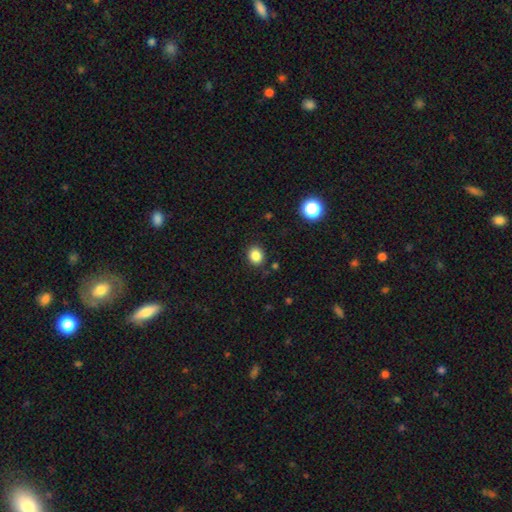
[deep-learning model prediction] Smooth or featured: smooth — 85% (star or artifact — 11%)
How rounded: round — 66% (in between — 33%)
Merging: none — 88% (minor disturbance — 8%)